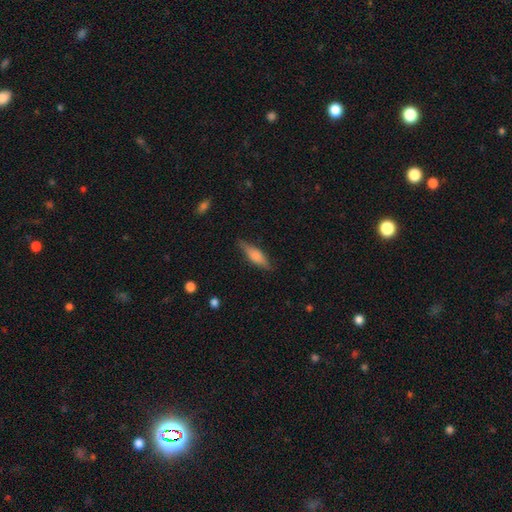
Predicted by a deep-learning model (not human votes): Smooth or featured: smooth — 64% (featured or disk — 29%)
How rounded: cigar-shaped — 55% (in between — 43%)
Merging: none — 79% (minor disturbance — 16%)